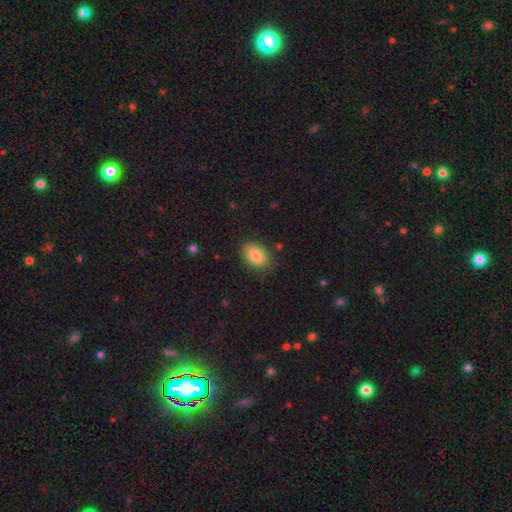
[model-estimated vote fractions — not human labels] smooth_or_featured: smooth (p=0.84) [alt: featured or disk p=0.08]
how_rounded: in between (p=0.84) [alt: round p=0.15]
merging: none (p=0.81) [alt: minor disturbance p=0.14]